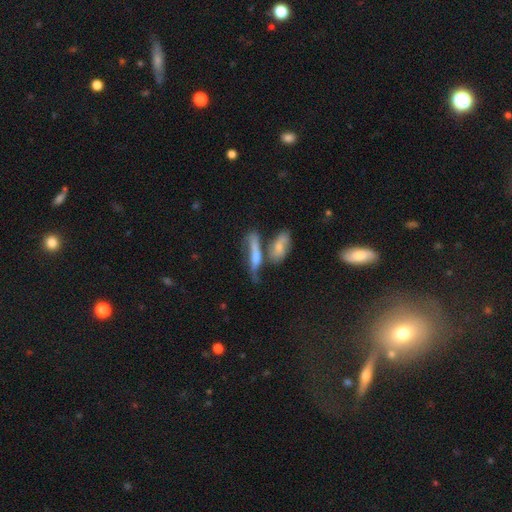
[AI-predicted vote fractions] Smooth or featured?
  - featured or disk: 48% *
  - smooth: 43%
  - star or artifact: 9%
Merging?
  - merger: 38% *
  - none: 34%
  - minor disturbance: 17%
  - major disturbance: 12%